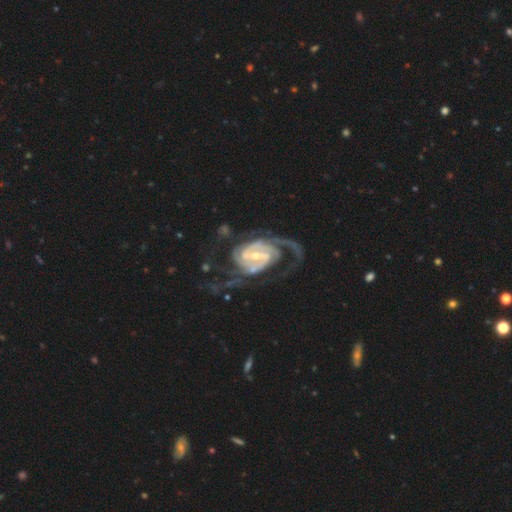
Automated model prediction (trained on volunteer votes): smooth_or_featured: featured or disk (p=0.92) [alt: star or artifact p=0.04]
disk_edge_on: no (p=0.98) [alt: yes p=0.02]
bar: weak (p=0.45) [alt: strong p=0.35]
has_spiral_arms: yes (p=0.97) [alt: no p=0.03]
spiral_winding: medium (p=0.44) [alt: tight p=0.40]
spiral_arm_count: 2 (p=0.64) [alt: 3 p=0.11]
bulge_size: small (p=0.60) [alt: moderate p=0.34]
merging: none (p=0.50) [alt: major disturbance p=0.30]